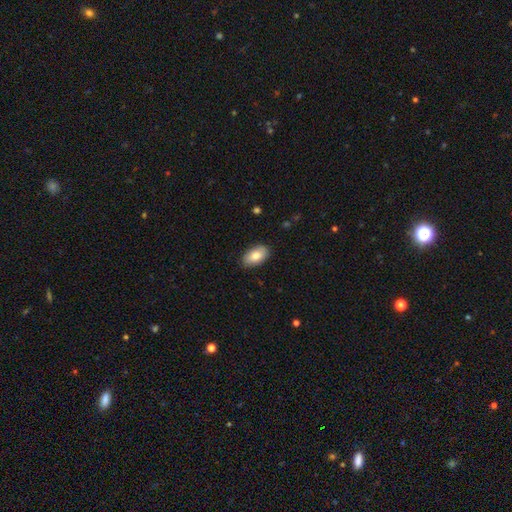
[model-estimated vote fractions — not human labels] A smooth galaxy with no disk features (83%) that is in between round and cigar-shaped (94%). Merging: none (86%).